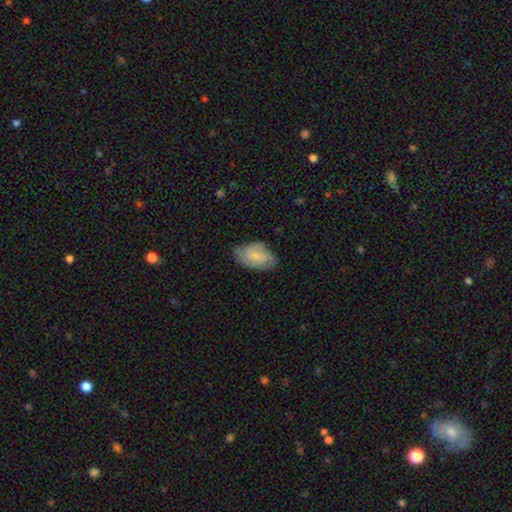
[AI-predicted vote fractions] Smooth or featured: featured or disk — 48% (smooth — 45%)
Merging: none — 62% (minor disturbance — 29%)